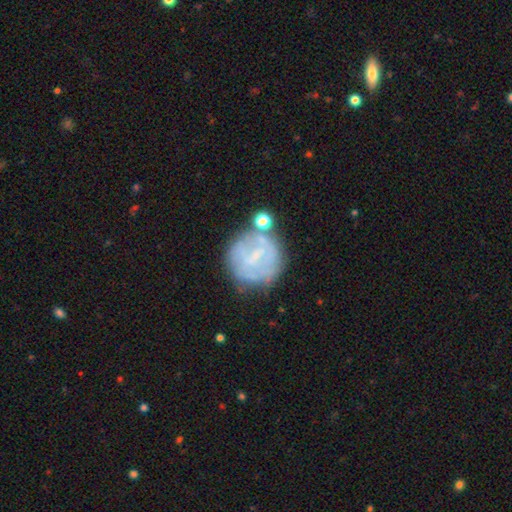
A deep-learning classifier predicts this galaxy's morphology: The model was most divided on "bulge size": small: 47%, none: 39%, moderate: 12%, large: 1%, dominant: 1%. Remaining: edge-on disk — no (97%); merging — none (60%); spiral arms — no (58%); smooth or featured — featured or disk (55%); bar — weak (45%).